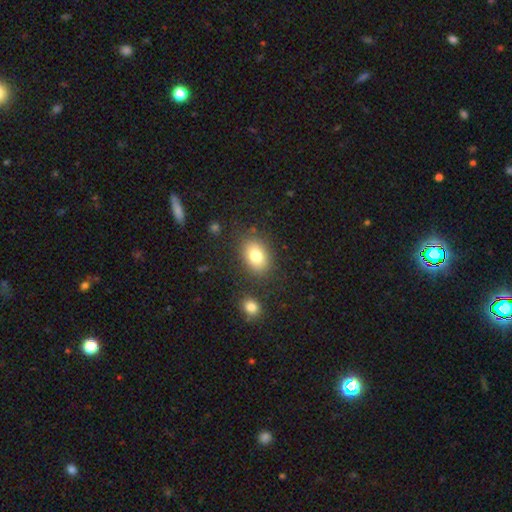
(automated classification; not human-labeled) The model was most divided on "how rounded": in between: 75%, round: 24%, cigar-shaped: 1%. More confident: merging — none (81%); smooth or featured — smooth (79%).